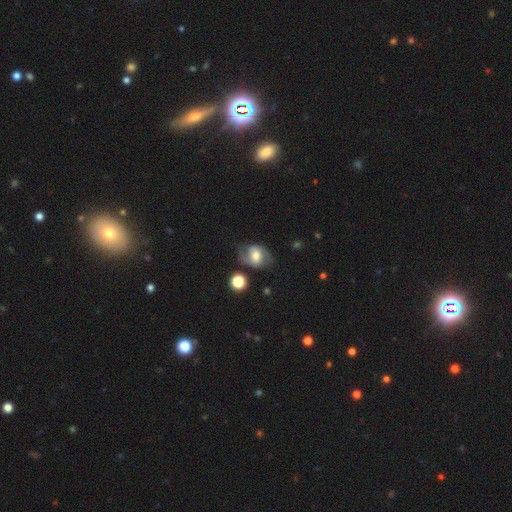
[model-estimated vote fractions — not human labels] Smooth or featured? Predicted: featured or disk (p=0.55). Edge-on disk? Predicted: no (p=0.96). Bar? Predicted: weak (p=0.43). Spiral arms? Predicted: yes (p=0.79). Bulge size? Predicted: moderate (p=0.58). Merging? Predicted: none (p=0.59).